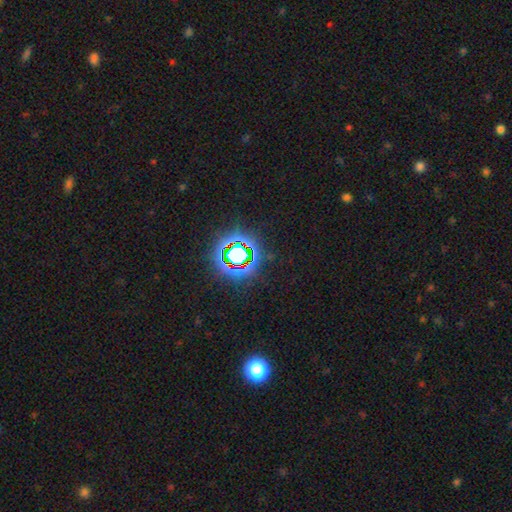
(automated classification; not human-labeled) The model was most divided on "smooth or featured": star or artifact: 82%, smooth: 11%, featured or disk: 7%.